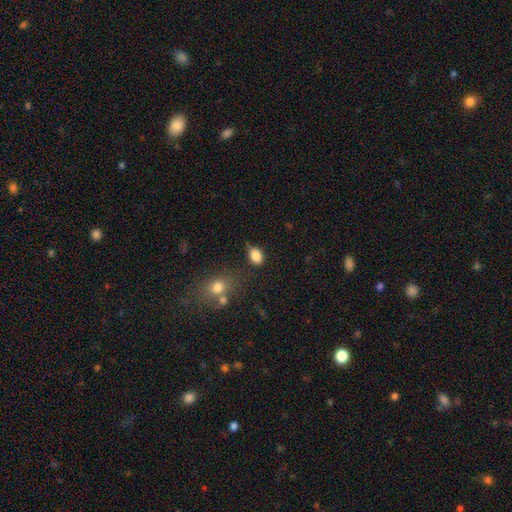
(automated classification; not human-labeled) smooth_or_featured: smooth (p=0.86) [alt: star or artifact p=0.09]
how_rounded: in between (p=0.81) [alt: round p=0.18]
merging: none (p=0.67) [alt: minor disturbance p=0.23]